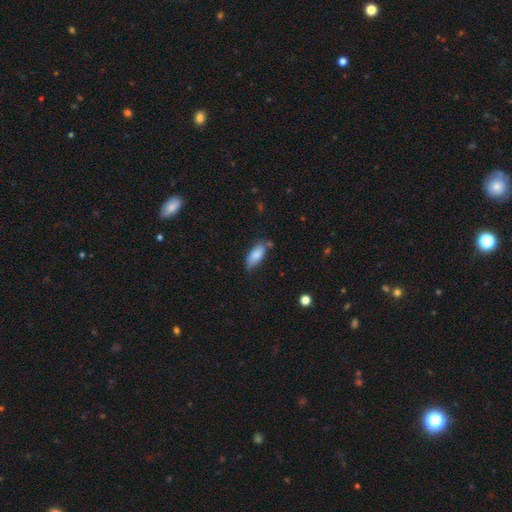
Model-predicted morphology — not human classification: This appears to be a smooth galaxy with no disk features (85%) that is in between round and cigar-shaped (82%). Merging: none (65%).